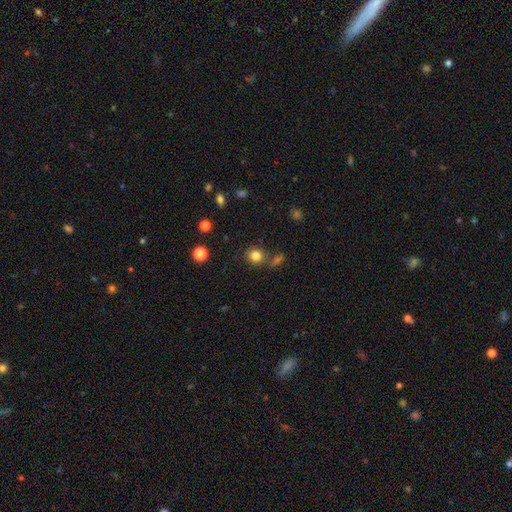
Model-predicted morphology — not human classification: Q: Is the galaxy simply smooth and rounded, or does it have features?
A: smooth — 82%.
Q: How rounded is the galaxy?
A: round — 81%.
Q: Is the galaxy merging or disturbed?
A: none — 76%.